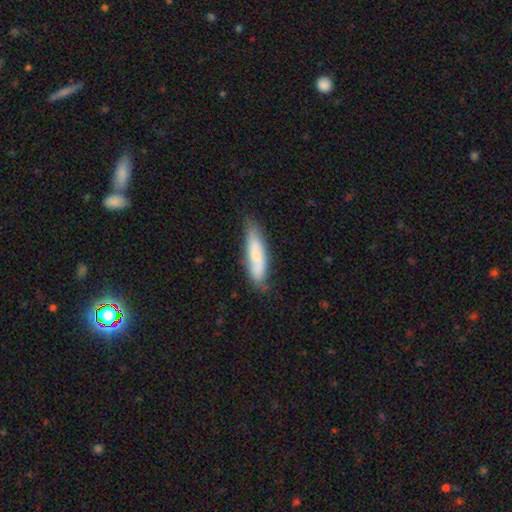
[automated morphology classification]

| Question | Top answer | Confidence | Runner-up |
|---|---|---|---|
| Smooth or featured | smooth | 64% | featured or disk (30%) |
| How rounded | cigar-shaped | 61% | in between (37%) |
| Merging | none | 73% | minor disturbance (20%) |